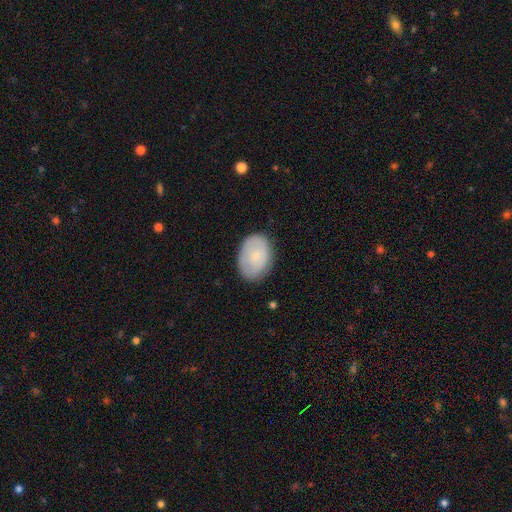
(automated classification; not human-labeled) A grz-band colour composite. It shows a smooth galaxy with no disk features (67%) that is in between round and cigar-shaped (77%). Merging: none (79%).